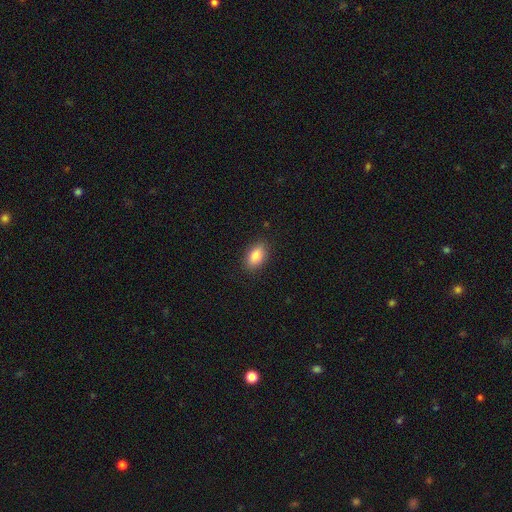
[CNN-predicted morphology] Overall: smooth (85%). How rounded: in between (89%). Merging: none (87%).